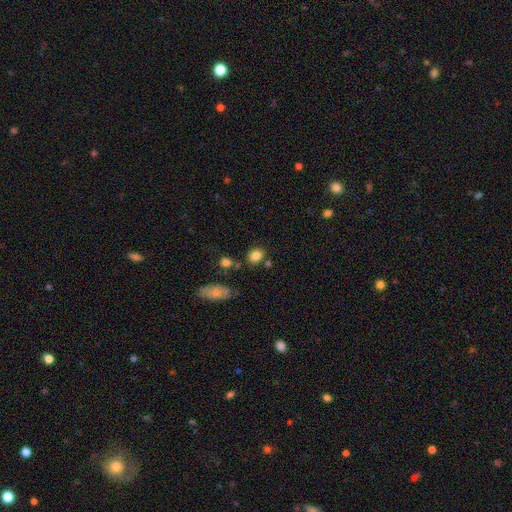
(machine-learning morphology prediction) Smooth or featured: smooth — 83% (star or artifact — 10%)
How rounded: in between — 53% (round — 46%)
Merging: none — 74% (minor disturbance — 13%)